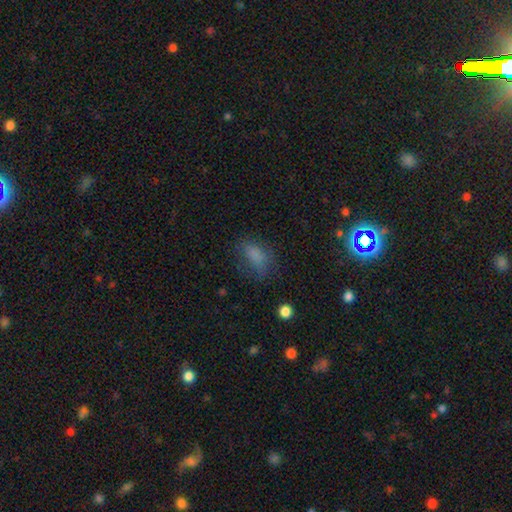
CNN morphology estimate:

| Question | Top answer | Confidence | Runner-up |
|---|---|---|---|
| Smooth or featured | smooth | 73% | star or artifact (16%) |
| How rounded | in between | 83% | round (10%) |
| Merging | none | 57% | minor disturbance (24%) |